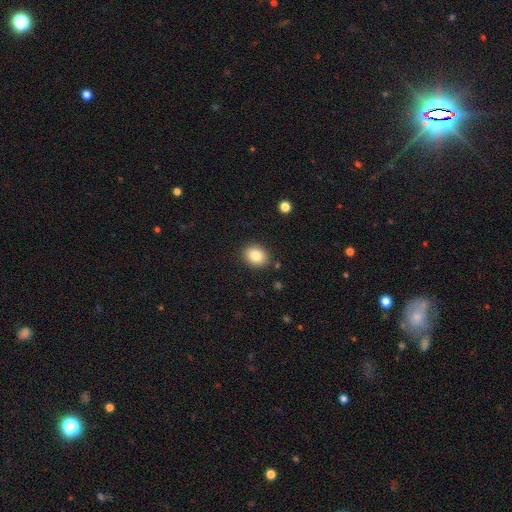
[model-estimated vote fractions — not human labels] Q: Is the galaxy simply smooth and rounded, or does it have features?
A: smooth — 83%.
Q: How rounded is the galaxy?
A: round — 52%.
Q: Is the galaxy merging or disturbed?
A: none — 88%.